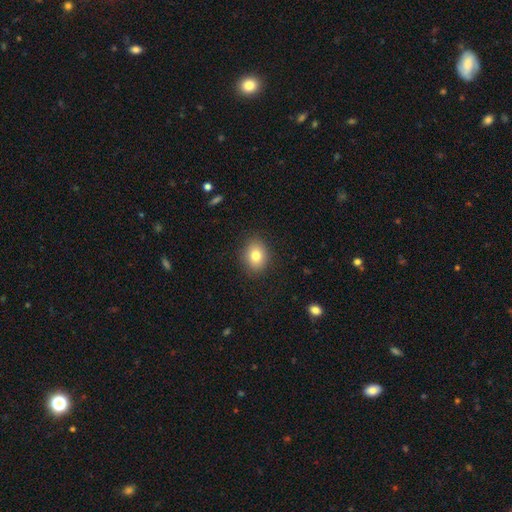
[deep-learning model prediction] smooth 81%, star or artifact 10%, featured or disk 9%. Down the decision tree: how rounded — in between (51%); merging — none (88%).